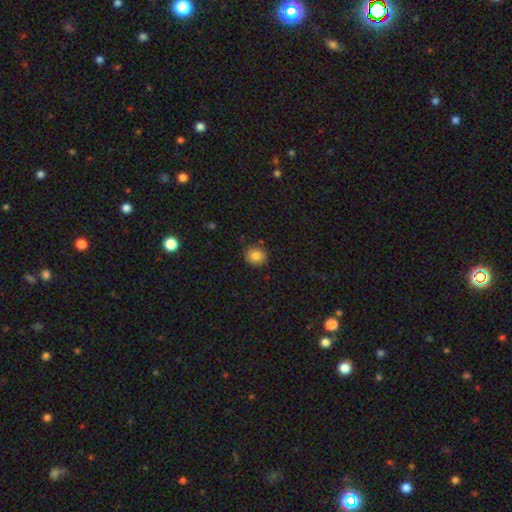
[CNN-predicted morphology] The model was most divided on "how rounded": round: 79%, in between: 20%, cigar-shaped: 1%. More confident: merging — none (88%); smooth or featured — smooth (83%).